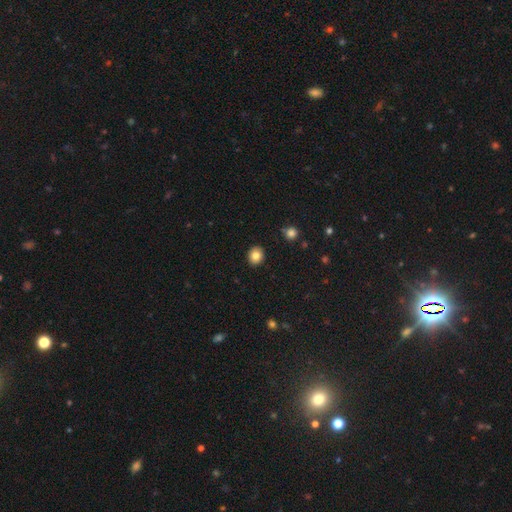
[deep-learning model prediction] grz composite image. It shows a smooth galaxy with no disk features (83%) that is round (73%). Merging: none (91%).